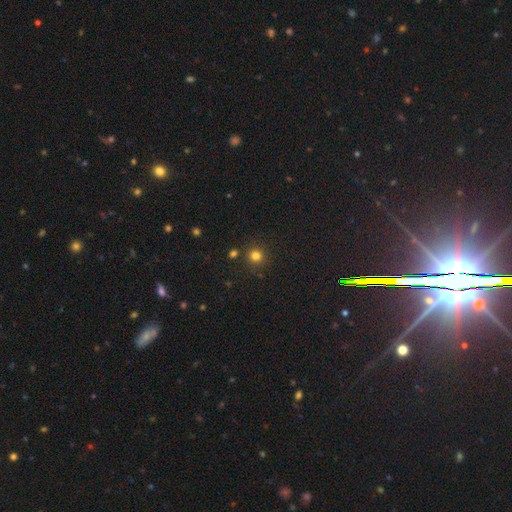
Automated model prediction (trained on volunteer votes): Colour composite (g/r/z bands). It shows a smooth galaxy with no disk features (79%) that is round (91%). Merging: none (85%).